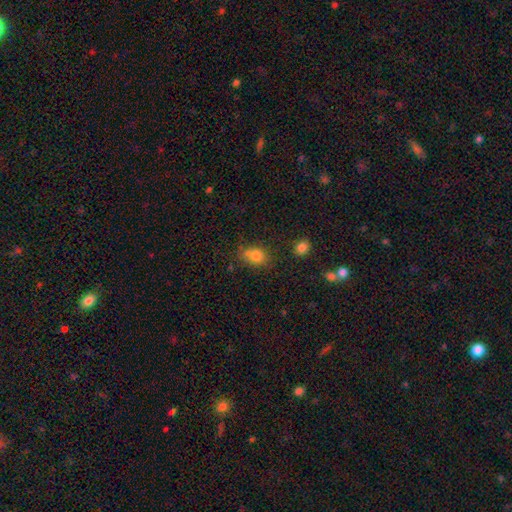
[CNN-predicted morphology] A smooth galaxy with no disk features (80%) that is in between round and cigar-shaped (51%). Merging: none (57%).